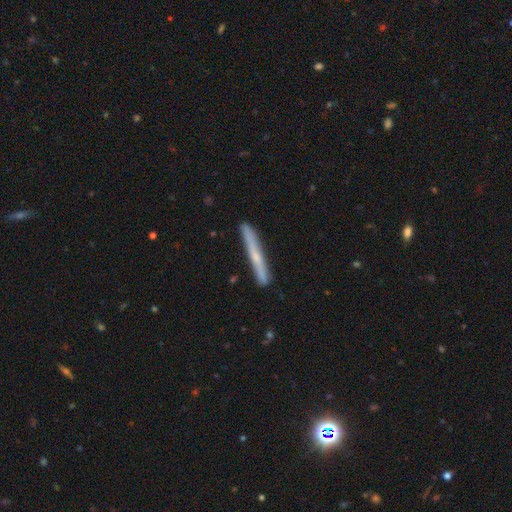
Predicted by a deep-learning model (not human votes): This appears to be a featured or disk galaxy (49%). Merging: none (88%).